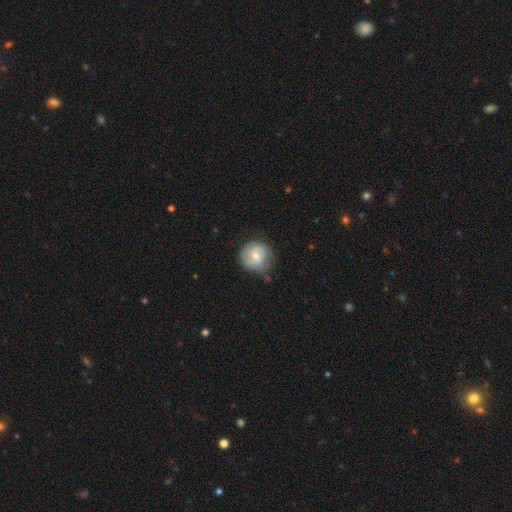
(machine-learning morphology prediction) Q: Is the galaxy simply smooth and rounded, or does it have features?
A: smooth — 51%.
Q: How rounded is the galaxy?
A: round — 91%.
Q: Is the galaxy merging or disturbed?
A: none — 75%.